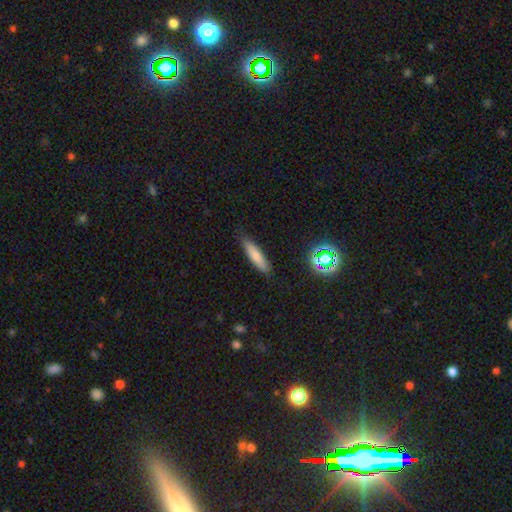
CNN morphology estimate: This appears to be a smooth galaxy with no disk features (75%) that is cigar-shaped (79%). Merging: none (85%).